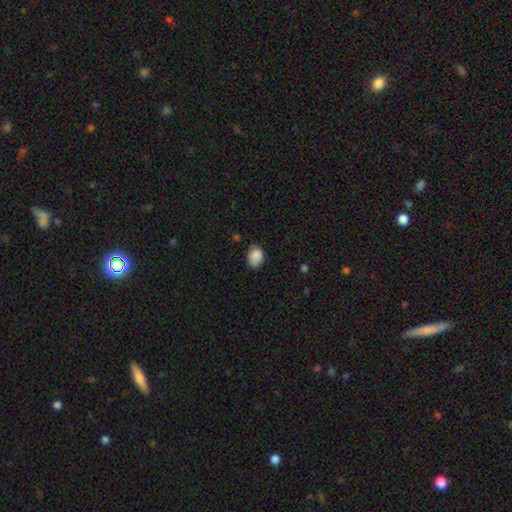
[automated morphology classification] smooth 88%, star or artifact 8%, featured or disk 4%. Down the decision tree: how rounded — in between (70%); merging — none (72%).